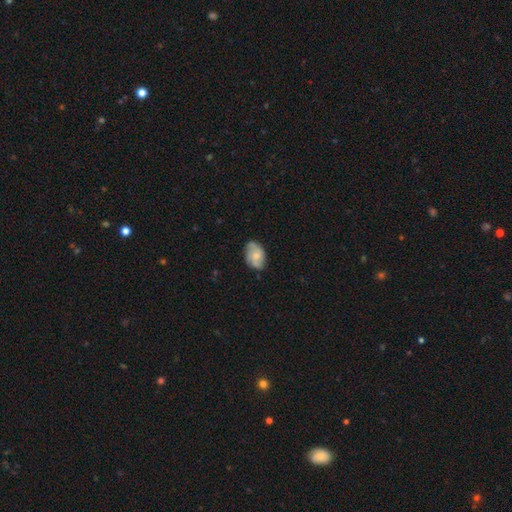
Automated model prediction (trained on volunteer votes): Smooth or featured?
  - featured or disk: 47% *
  - smooth: 46%
  - star or artifact: 7%
Merging?
  - none: 71% *
  - minor disturbance: 23%
  - major disturbance: 5%
  - merger: 1%